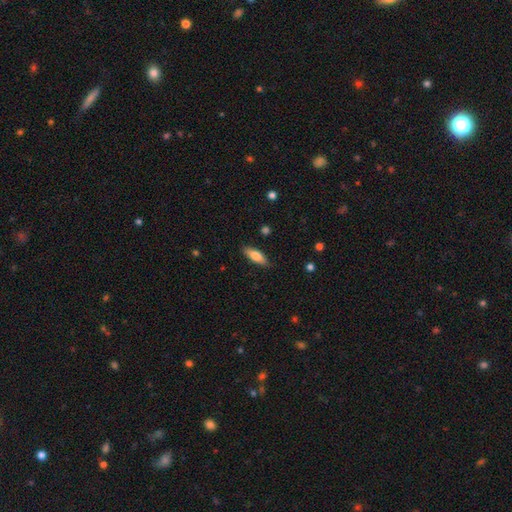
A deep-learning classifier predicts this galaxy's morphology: Overall: smooth (72%). How rounded: in between (61%; cigar-shaped 37%). Merging: none (87%).